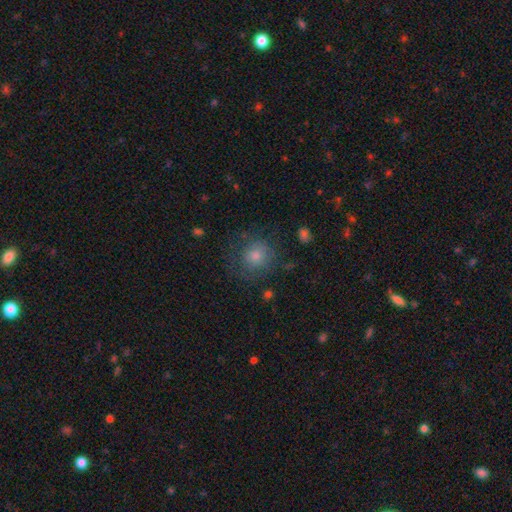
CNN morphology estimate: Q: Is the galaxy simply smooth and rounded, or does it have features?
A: smooth — 66%.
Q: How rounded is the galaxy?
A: round — 88%.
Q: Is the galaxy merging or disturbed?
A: none — 73%.